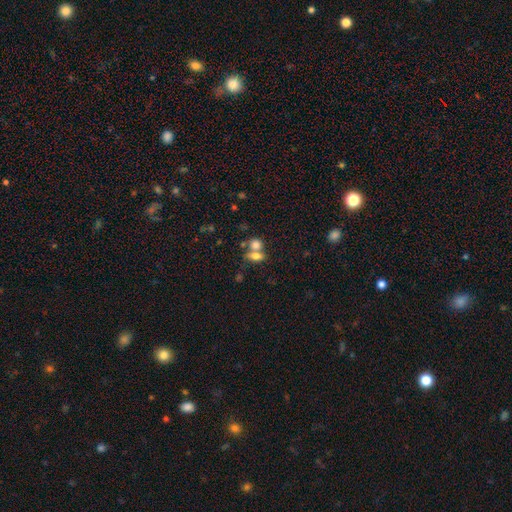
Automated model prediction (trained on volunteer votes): Smooth or featured?
  - smooth: 73% *
  - featured or disk: 16%
  - star or artifact: 11%
How rounded?
  - in between: 74% *
  - round: 19%
  - cigar-shaped: 7%
Merging?
  - merger: 50% *
  - none: 35%
  - minor disturbance: 9%
  - major disturbance: 5%